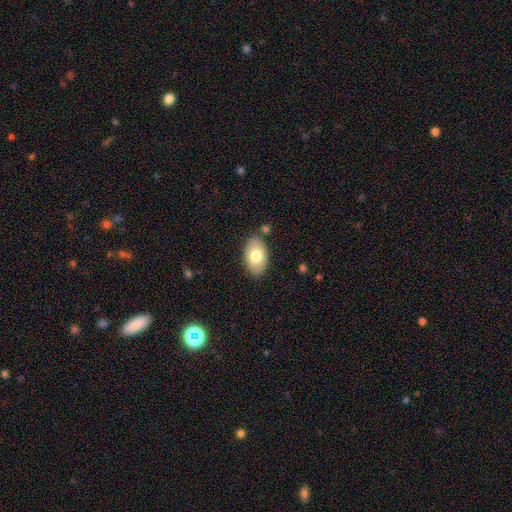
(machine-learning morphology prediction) This appears to be a smooth galaxy with no disk features (75%) that is in between round and cigar-shaped (93%). Merging: none (81%).